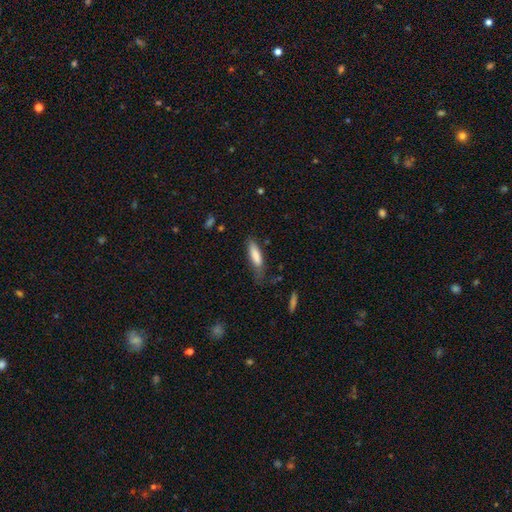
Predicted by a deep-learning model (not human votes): Q: Smooth or featured?
A: smooth (80%); runner-up: featured or disk (13%)
Q: How rounded?
A: cigar-shaped (59%); runner-up: in between (40%)
Q: Merging?
A: none (50%); runner-up: minor disturbance (33%)